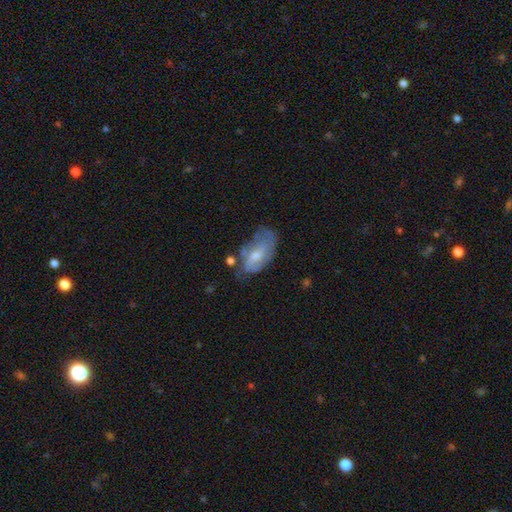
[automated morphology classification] Smooth or featured: featured or disk — 61% (smooth — 31%)
Edge-on disk: no — 93% (yes — 7%)
Bar: no — 48% (weak — 43%)
Spiral arms: yes — 75% (no — 25%)
Bulge size: moderate — 52% (small — 38%)
Merging: none — 49% (minor disturbance — 29%)